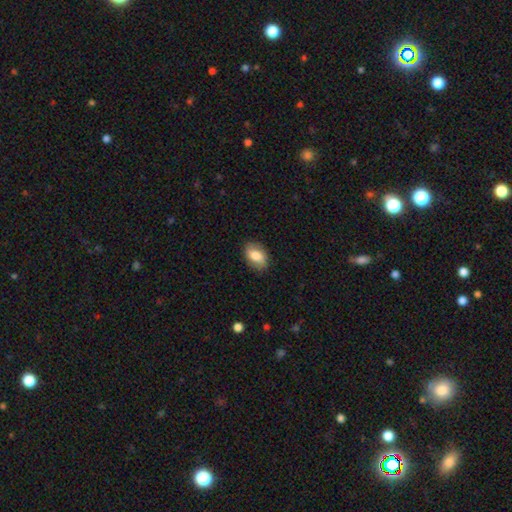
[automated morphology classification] Smooth or featured? Predicted: smooth (p=0.76). How rounded? Predicted: in between (p=0.86). Merging? Predicted: none (p=0.84).